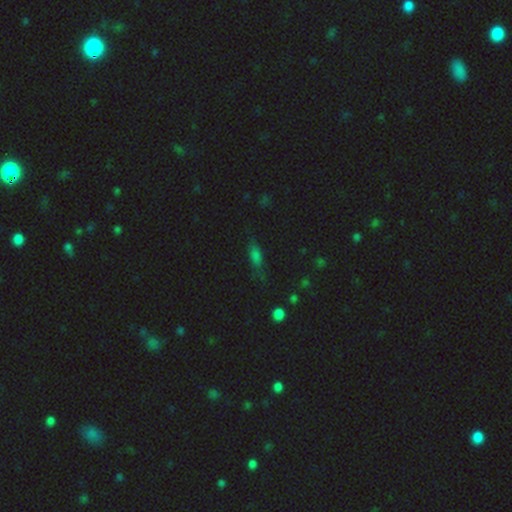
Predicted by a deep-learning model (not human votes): Smooth or featured? smooth (64%)
How rounded? in between (59%)
Merging? none (67%)